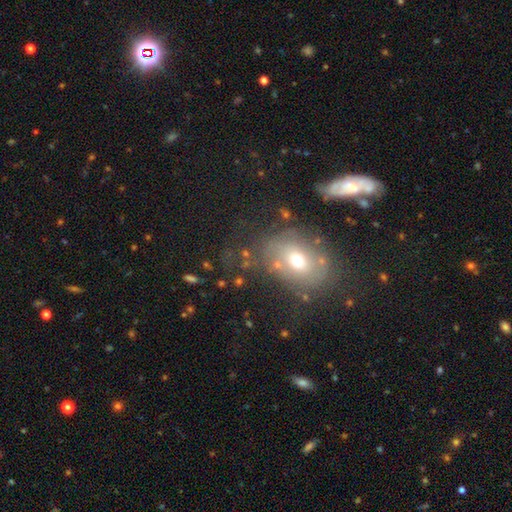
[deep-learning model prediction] This is marginally a smooth galaxy (38%). Merging: possibly none (56%).